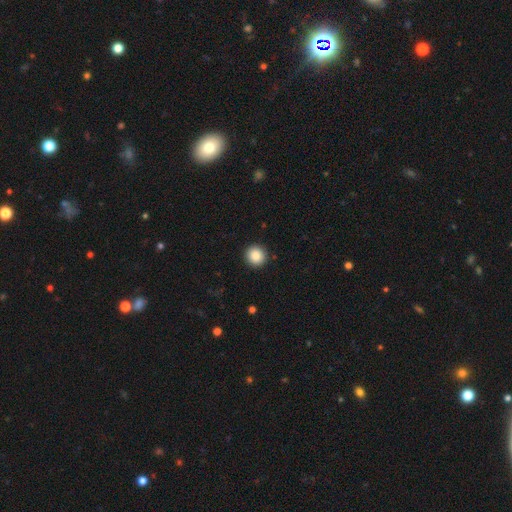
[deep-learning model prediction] This appears to be a smooth galaxy with no disk features (88%) that is round (94%). Merging: none (92%).